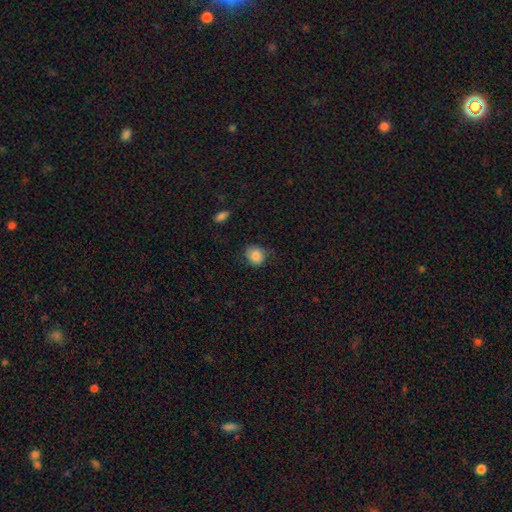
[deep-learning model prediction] Smooth or featured? smooth (84%)
How rounded? round (71%)
Merging? none (77%)